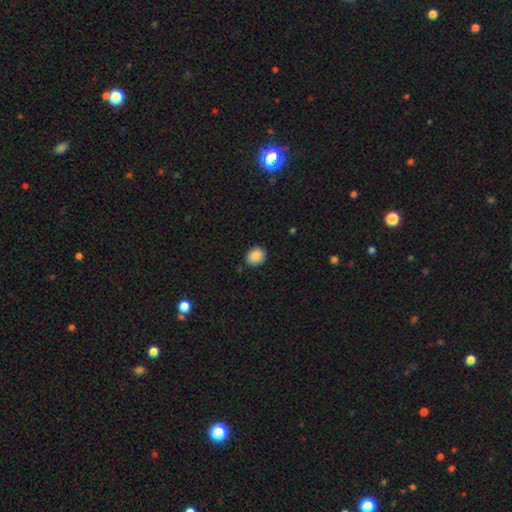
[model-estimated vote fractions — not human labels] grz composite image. It shows a smooth galaxy with no disk features (86%) that is round (65%). Merging: none (84%).